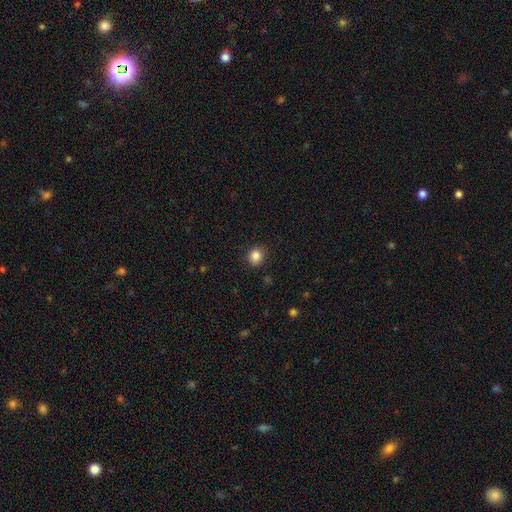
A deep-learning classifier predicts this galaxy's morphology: This appears to be a smooth galaxy with no disk features (85%) that is round (80%). Merging: none (86%).